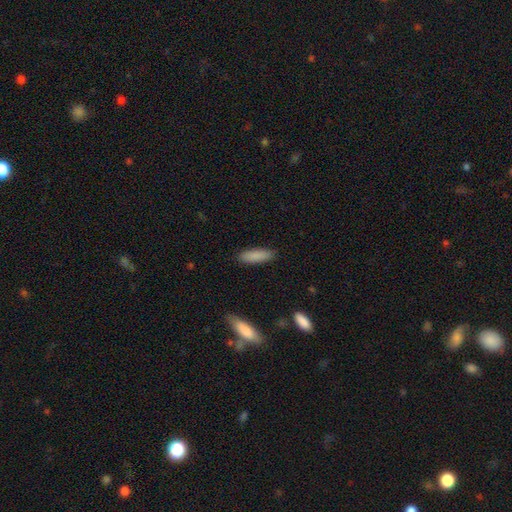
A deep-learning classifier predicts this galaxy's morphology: Overall: smooth (87%). How rounded: in between (49%, tied with cigar-shaped). Merging: none (87%).